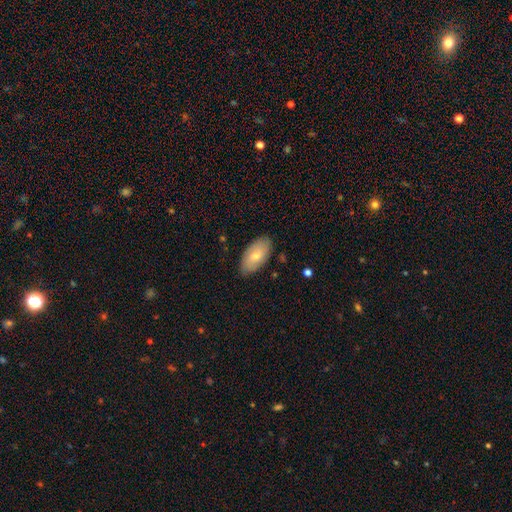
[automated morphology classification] smooth-or-featured: smooth: 66% | featured or disk: 27% | star or artifact: 7%
  how-rounded: in between: 94% | cigar-shaped: 3% | round: 3%
  merging: none: 85% | minor disturbance: 12% | major disturbance: 2% | merger: 1%